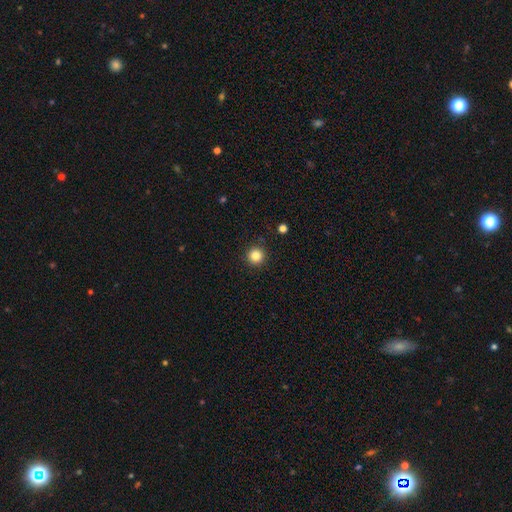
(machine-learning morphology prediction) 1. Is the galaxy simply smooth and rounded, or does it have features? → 84% smooth, 12% star or artifact, 5% featured or disk.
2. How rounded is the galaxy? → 96% round, 3% in between, 1% cigar-shaped.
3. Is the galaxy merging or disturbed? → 92% none, 5% minor disturbance, 2% major disturbance, 1% merger.